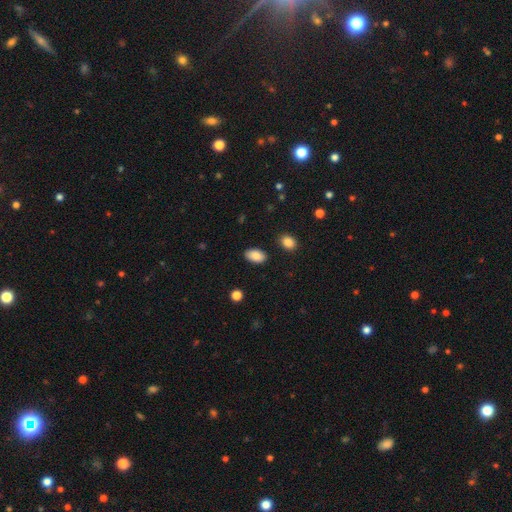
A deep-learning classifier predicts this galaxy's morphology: A smooth galaxy with no disk features (88%) that is in between round and cigar-shaped (92%).

Vote fractions:
- Smooth or featured? smooth: 88% / star or artifact: 7% / featured or disk: 5%
- How rounded? in between: 92% / round: 6% / cigar-shaped: 1%
- Merging? none: 87% / minor disturbance: 9% / major disturbance: 2% / merger: 2%